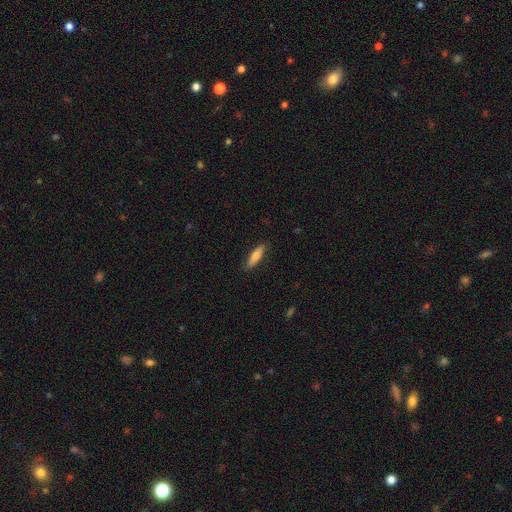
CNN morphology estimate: Q: Smooth or featured?
A: smooth (72%); runner-up: featured or disk (22%)
Q: How rounded?
A: cigar-shaped (71%); runner-up: in between (27%)
Q: Merging?
A: none (86%); runner-up: minor disturbance (11%)